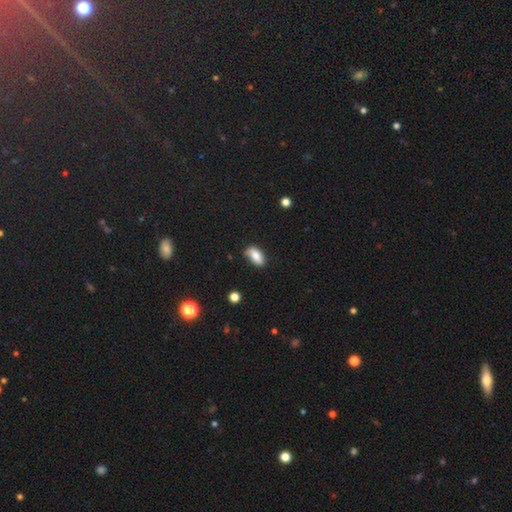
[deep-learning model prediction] A smooth galaxy with no disk features (81%) that is in between round and cigar-shaped (89%).

Vote fractions:
- Smooth or featured? smooth: 81% / featured or disk: 12% / star or artifact: 8%
- How rounded? in between: 89% / cigar-shaped: 8% / round: 4%
- Merging? none: 69% / minor disturbance: 24% / major disturbance: 5% / merger: 3%